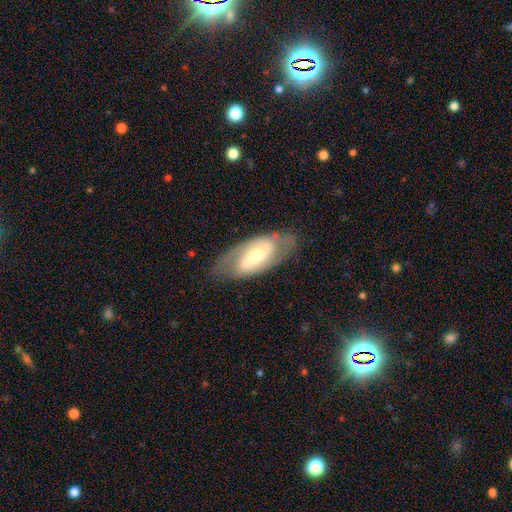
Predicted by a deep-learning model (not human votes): The model was most divided on "bar": weak: 42%, strong: 29%, no: 29%. More confident: edge-on disk — no (90%); spiral arms — yes (77%); merging — none (75%); smooth or featured — featured or disk (69%); bulge size — moderate (59%).